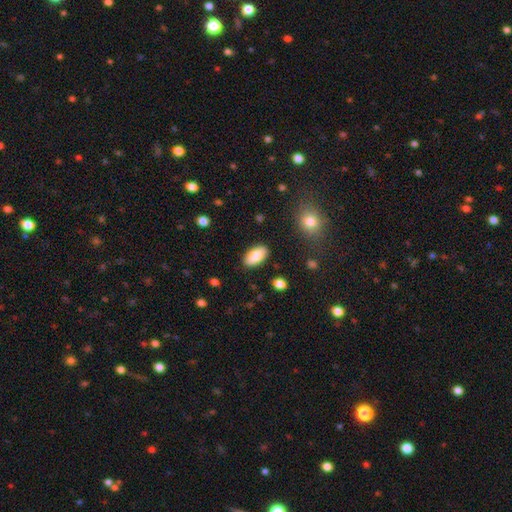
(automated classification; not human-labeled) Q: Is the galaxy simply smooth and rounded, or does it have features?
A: smooth — 80%.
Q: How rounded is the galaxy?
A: in between — 91%.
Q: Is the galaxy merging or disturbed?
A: none — 87%.